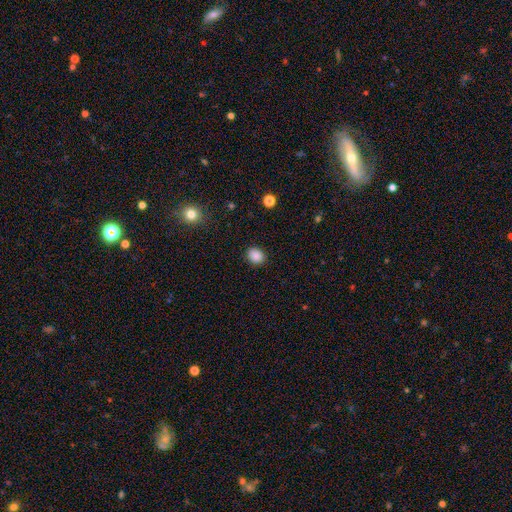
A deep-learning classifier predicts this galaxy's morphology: type=smooth (88%); roundness=round (52%); merging=none (89%).